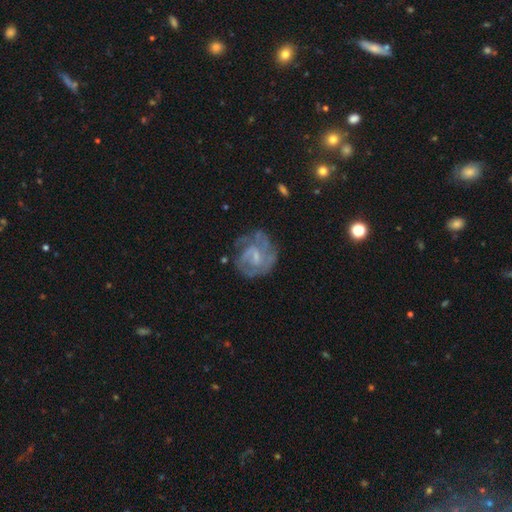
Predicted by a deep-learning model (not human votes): Smooth or featured? featured or disk (76%)
Edge-on disk? no (98%)
Bar? weak (53%)
Spiral arms? yes (83%)
Spiral winding? tight (47%)
Spiral arm count? can't tell (37%)
Bulge size? small (50%)
Merging? none (55%)